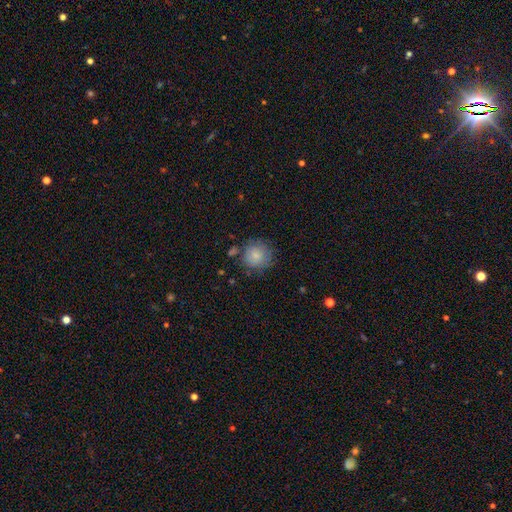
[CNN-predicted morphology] Smooth or featured? smooth (83%)
How rounded? round (91%)
Merging? none (73%)